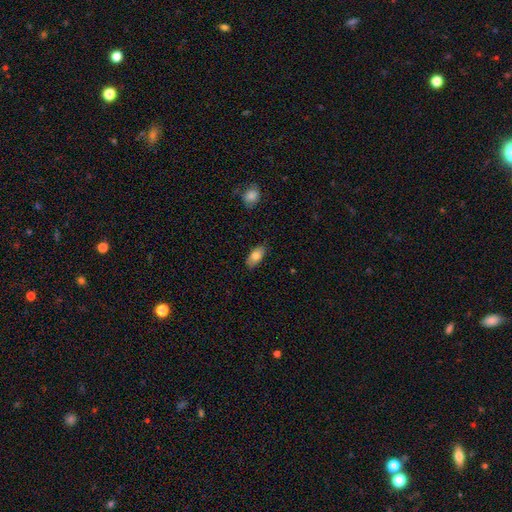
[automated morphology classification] smooth_or_featured: smooth (p=0.81) [alt: featured or disk p=0.12]
how_rounded: in between (p=0.91) [alt: cigar-shaped p=0.06]
merging: none (p=0.85) [alt: minor disturbance p=0.12]